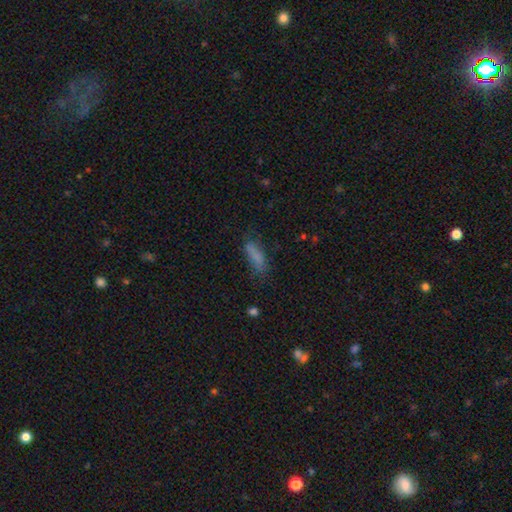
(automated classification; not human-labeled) A smooth galaxy with no disk features (75%) that is in between round and cigar-shaped (52%).

Vote fractions:
- Smooth or featured? smooth: 75% / featured or disk: 13% / star or artifact: 12%
- How rounded? in between: 52% / cigar-shaped: 45% / round: 3%
- Merging? none: 57% / minor disturbance: 26% / major disturbance: 13% / merger: 3%